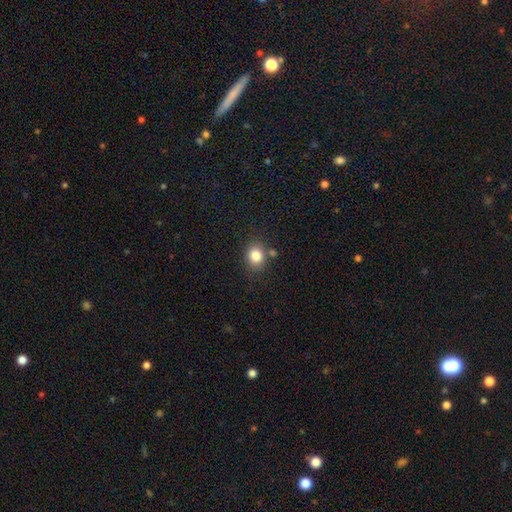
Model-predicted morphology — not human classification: smooth-or-featured: smooth: 82% | star or artifact: 11% | featured or disk: 6%
  how-rounded: round: 69% | in between: 30% | cigar-shaped: 1%
  merging: none: 74% | minor disturbance: 12% | merger: 10% | major disturbance: 4%